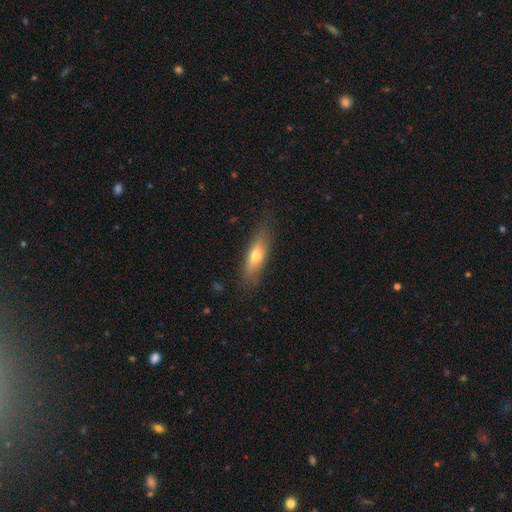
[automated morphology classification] Smooth or featured? smooth (59%)
How rounded? cigar-shaped (56%)
Merging? none (78%)